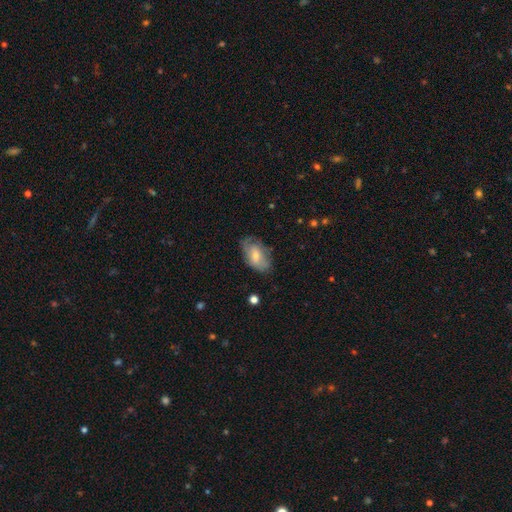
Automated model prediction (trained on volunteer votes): Smooth or featured? Predicted: smooth (p=0.52). How rounded? Predicted: in between (p=0.91). Merging? Predicted: none (p=0.64).